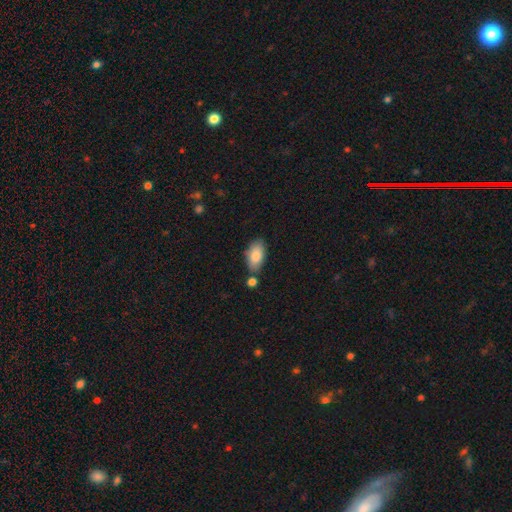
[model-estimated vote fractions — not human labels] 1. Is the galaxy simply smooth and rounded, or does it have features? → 84% smooth, 10% featured or disk, 6% star or artifact.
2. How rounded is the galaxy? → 93% in between, 3% round, 3% cigar-shaped.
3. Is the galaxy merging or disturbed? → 70% none, 16% minor disturbance, 11% merger, 3% major disturbance.